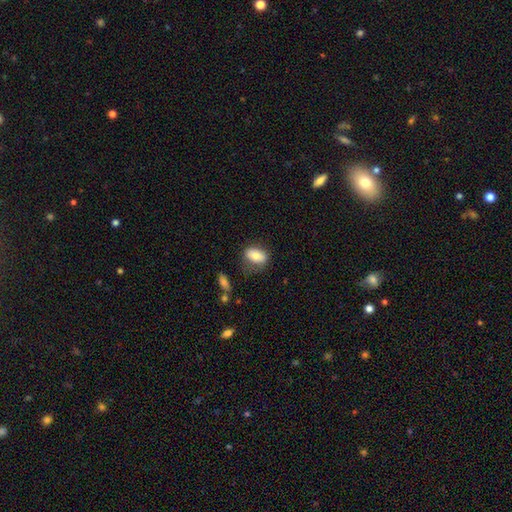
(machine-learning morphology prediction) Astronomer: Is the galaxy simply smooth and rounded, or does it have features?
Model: smooth — 78%.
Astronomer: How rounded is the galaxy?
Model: in between — 85%.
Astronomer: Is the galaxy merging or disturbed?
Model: none — 63%.